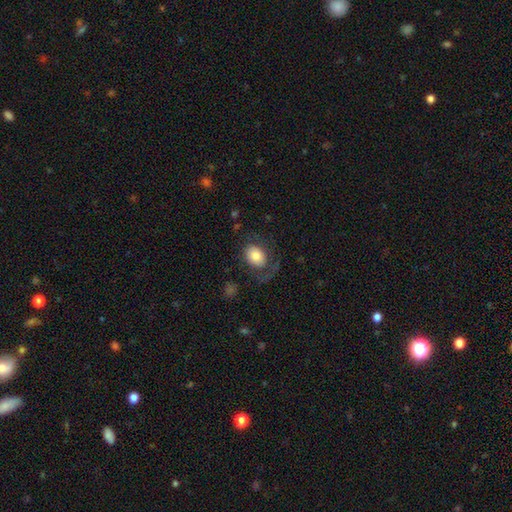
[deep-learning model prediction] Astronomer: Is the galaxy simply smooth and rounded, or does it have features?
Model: smooth — 73%.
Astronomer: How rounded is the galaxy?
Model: in between — 68%.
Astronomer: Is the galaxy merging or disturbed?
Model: none — 53%.